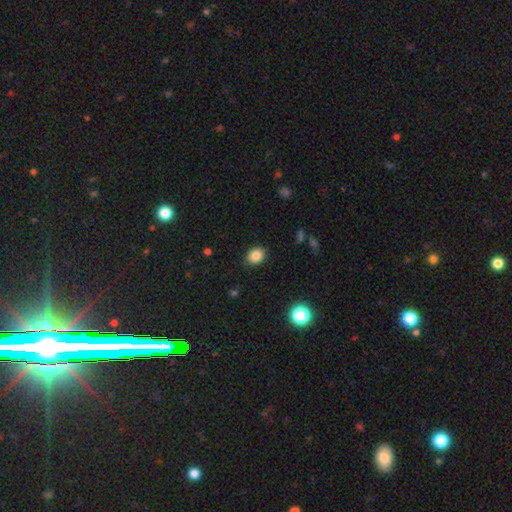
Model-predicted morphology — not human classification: type=smooth (85%); roundness=in between (55%); merging=none (86%).